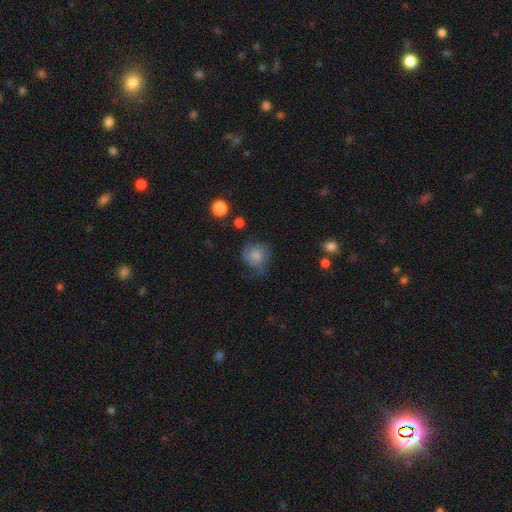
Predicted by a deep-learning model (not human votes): A smooth galaxy with no disk features (60%) that is round (75%). Merging: none (50%).